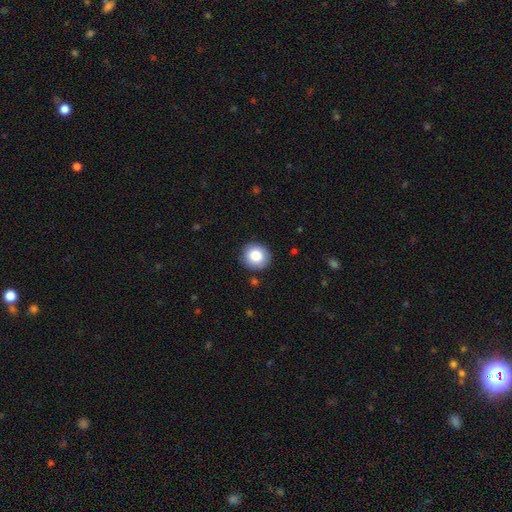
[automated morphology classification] type=smooth (84%); roundness=round (91%); merging=none (89%).